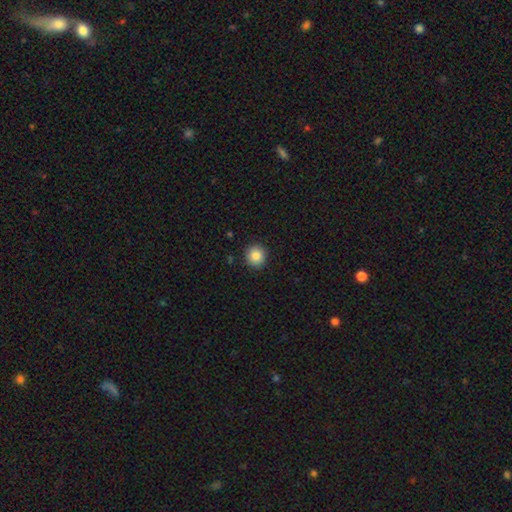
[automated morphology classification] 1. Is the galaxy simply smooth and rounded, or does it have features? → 86% smooth, 9% star or artifact, 5% featured or disk.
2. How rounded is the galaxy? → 93% round, 6% in between, 1% cigar-shaped.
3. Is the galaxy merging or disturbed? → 91% none, 6% minor disturbance, 2% major disturbance, 1% merger.